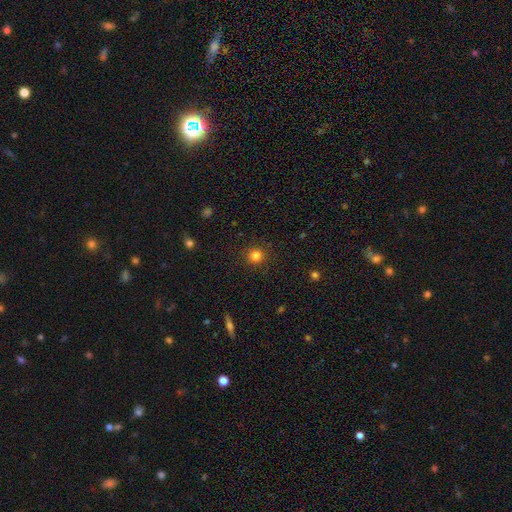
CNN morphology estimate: Smooth or featured? Predicted: smooth (p=0.82). How rounded? Predicted: round (p=0.93). Merging? Predicted: none (p=0.90).